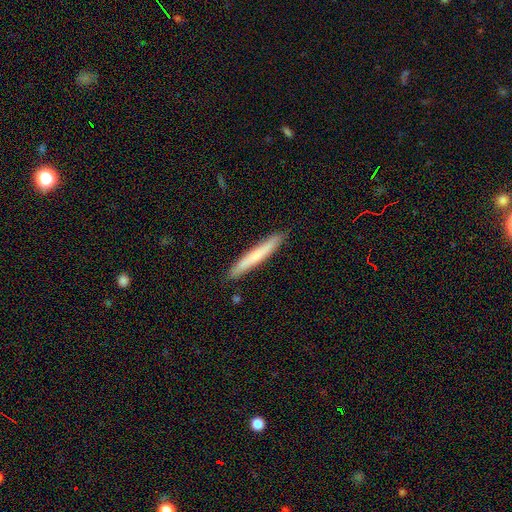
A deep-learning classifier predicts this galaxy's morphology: Smooth or featured: smooth — 64% (featured or disk — 31%)
How rounded: cigar-shaped — 96% (in between — 3%)
Merging: none — 89% (minor disturbance — 8%)